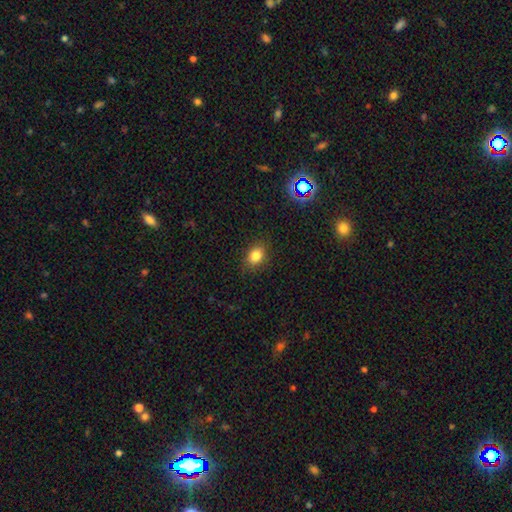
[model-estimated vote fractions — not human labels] Q: Smooth or featured?
A: smooth (81%); runner-up: star or artifact (12%)
Q: How rounded?
A: in between (65%); runner-up: round (33%)
Q: Merging?
A: none (85%); runner-up: minor disturbance (11%)